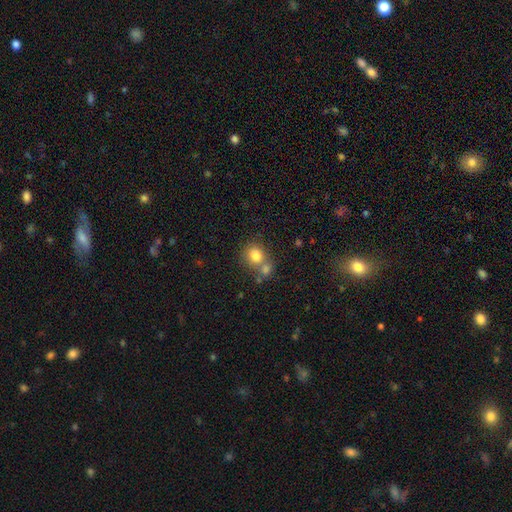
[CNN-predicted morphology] The model was most divided on "merging": none: 49%, merger: 38%, minor disturbance: 9%, major disturbance: 4%. More confident: smooth or featured — smooth (80%); how rounded — round (76%).